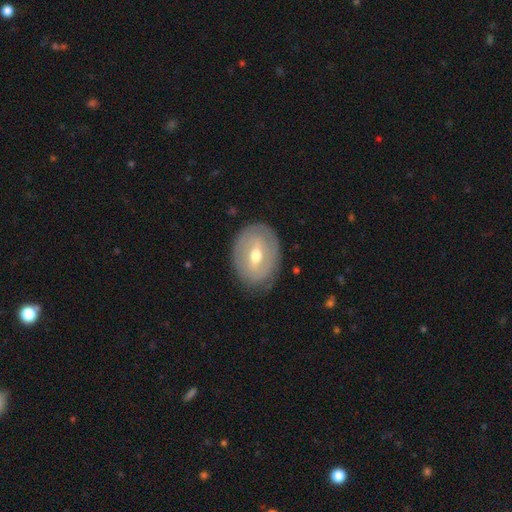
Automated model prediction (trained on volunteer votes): featured or disk 63%, smooth 30%, star or artifact 7%. Down the decision tree: edge-on disk — no (93%); bar — weak (46%); spiral arms — no (53%); bulge size — moderate (71%); merging — none (81%).